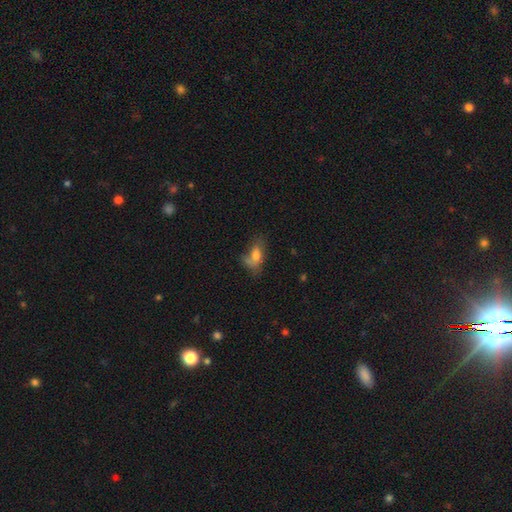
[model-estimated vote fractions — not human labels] Smooth or featured? Predicted: smooth (p=0.62). How rounded? Predicted: in between (p=0.84). Merging? Predicted: none (p=0.40).